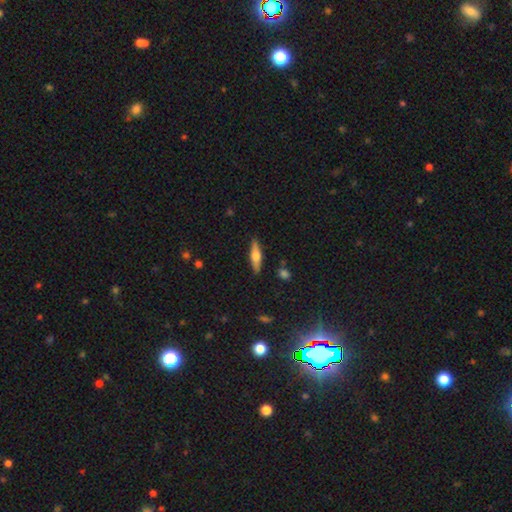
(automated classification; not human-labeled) smooth-or-featured: featured or disk: 47% | smooth: 46% | star or artifact: 6%
  merging: none: 88% | minor disturbance: 9% | major disturbance: 2% | merger: 2%